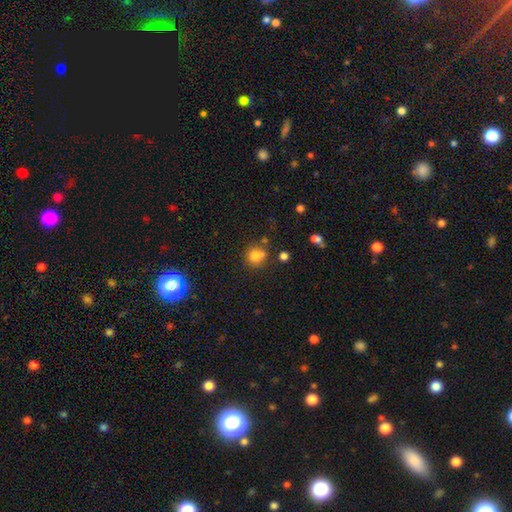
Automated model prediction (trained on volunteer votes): Smooth or featured? Predicted: smooth (p=0.75). How rounded? Predicted: round (p=0.83). Merging? Predicted: none (p=0.55).